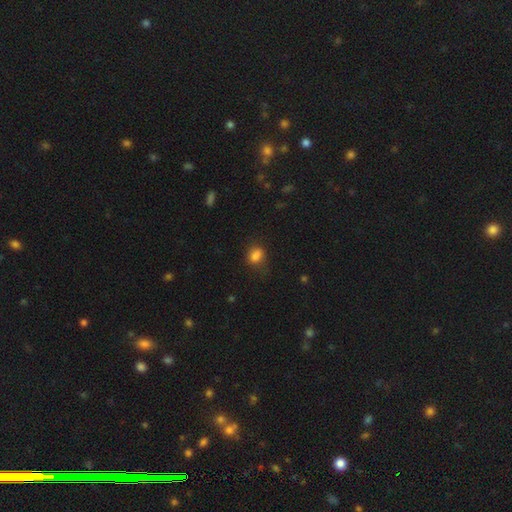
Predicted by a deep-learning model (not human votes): Smooth or featured: smooth — 83% (star or artifact — 12%)
How rounded: in between — 60% (round — 38%)
Merging: none — 64% (minor disturbance — 24%)